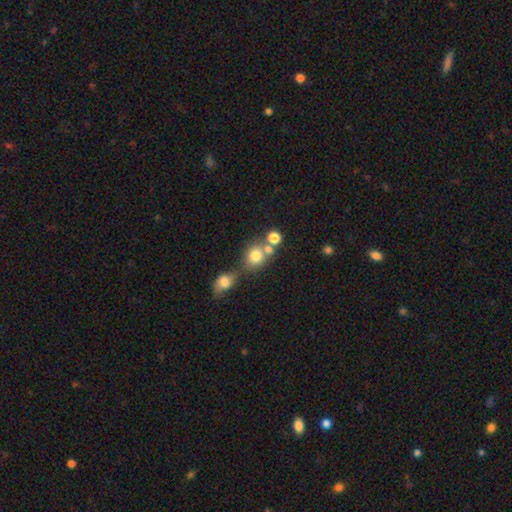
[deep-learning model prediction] Smooth or featured? smooth (76%)
How rounded? round (76%)
Merging? none (46%)